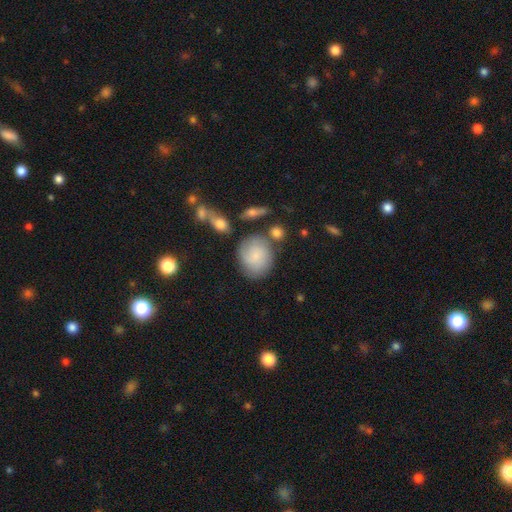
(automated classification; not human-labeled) Smooth or featured: smooth — 72% (featured or disk — 20%)
How rounded: round — 74% (in between — 25%)
Merging: none — 68% (minor disturbance — 18%)